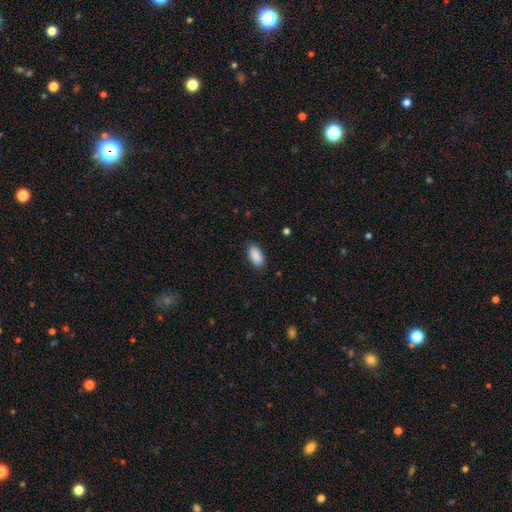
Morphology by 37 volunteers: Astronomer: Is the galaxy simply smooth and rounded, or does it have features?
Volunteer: smooth — 95%.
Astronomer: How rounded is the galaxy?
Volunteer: in between — 100%.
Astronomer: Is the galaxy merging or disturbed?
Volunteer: none — 86%.